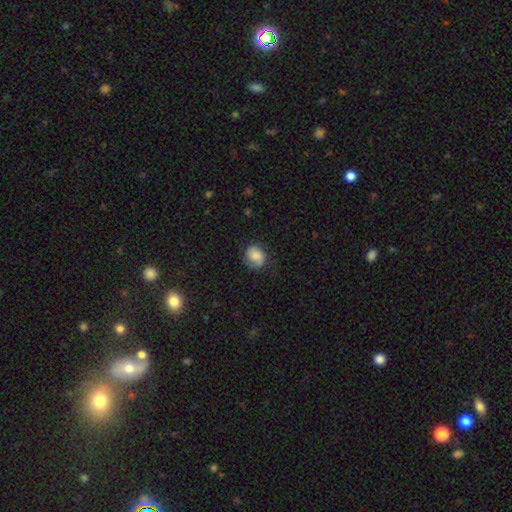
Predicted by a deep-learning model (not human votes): Q: Smooth or featured?
A: smooth (66%); runner-up: featured or disk (26%)
Q: How rounded?
A: round (63%); runner-up: in between (36%)
Q: Merging?
A: none (66%); runner-up: minor disturbance (24%)